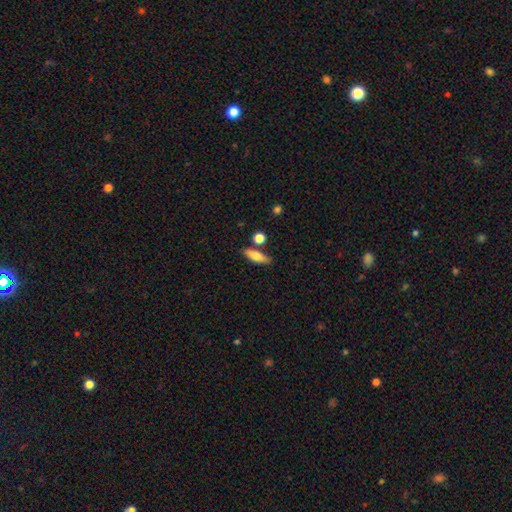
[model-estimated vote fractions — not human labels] Smooth or featured? smooth (74%)
How rounded? in between (49%)
Merging? none (75%)